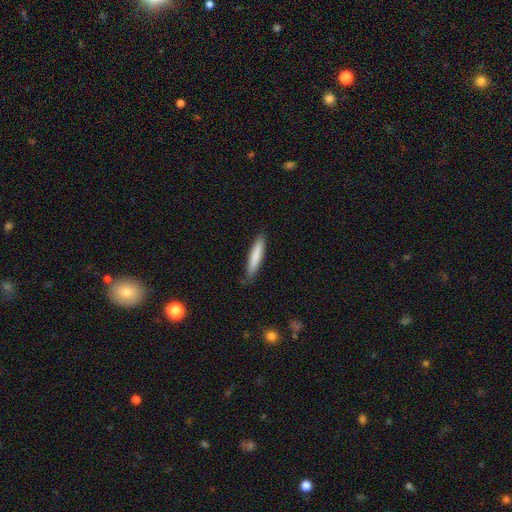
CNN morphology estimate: Overall: smooth (80%). How rounded: cigar-shaped (88%). Merging: none (84%).